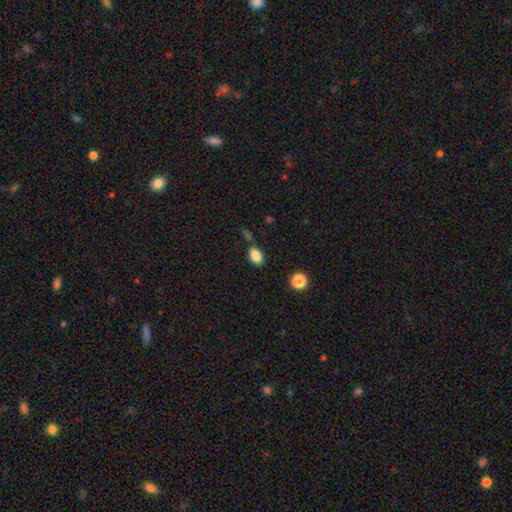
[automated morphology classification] Smooth or featured?
  - smooth: 85% *
  - star or artifact: 9%
  - featured or disk: 6%
How rounded?
  - in between: 85% *
  - round: 13%
  - cigar-shaped: 2%
Merging?
  - none: 76% *
  - minor disturbance: 14%
  - merger: 7%
  - major disturbance: 3%